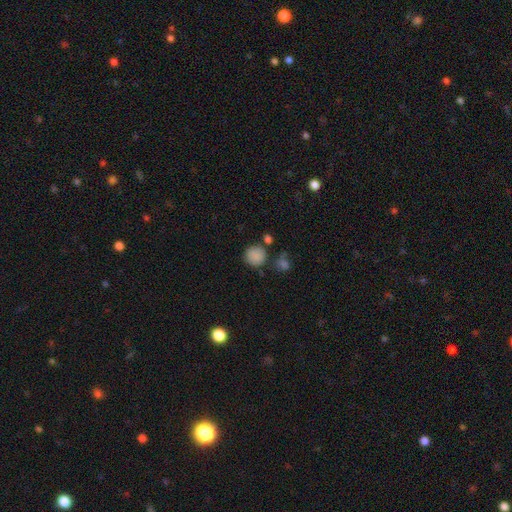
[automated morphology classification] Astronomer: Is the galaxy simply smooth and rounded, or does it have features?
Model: smooth — 84%.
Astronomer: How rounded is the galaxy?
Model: round — 90%.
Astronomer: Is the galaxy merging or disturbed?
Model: none — 74%.